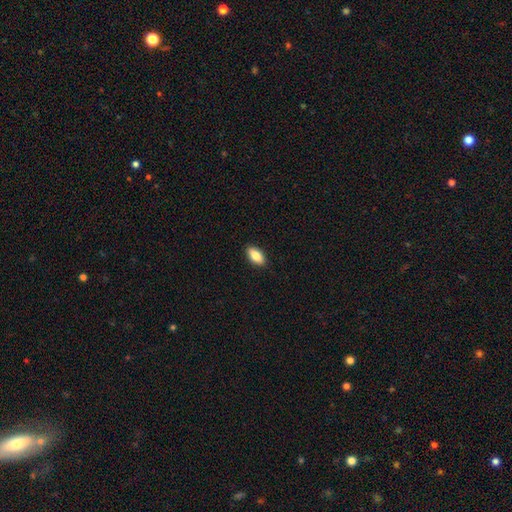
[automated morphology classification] Overall: smooth (83%). How rounded: in between (90%). Merging: none (90%).